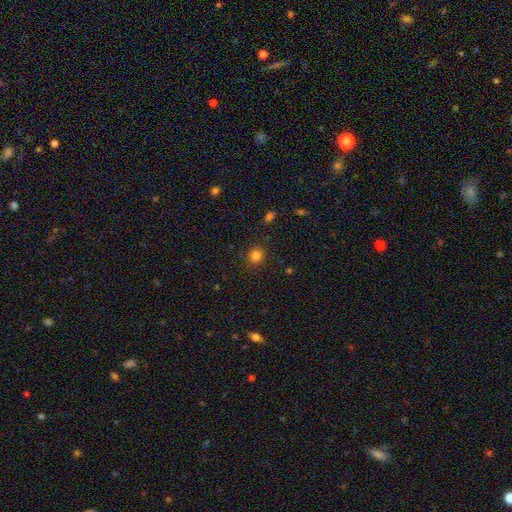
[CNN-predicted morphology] This is clearly a smooth galaxy (82%). How rounded: clearly round (80%). Merging: clearly none (88%).